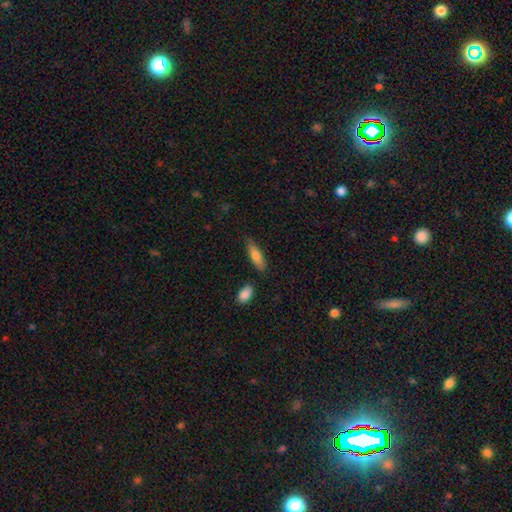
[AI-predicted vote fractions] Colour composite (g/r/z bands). It shows a smooth galaxy with no disk features (74%) that is cigar-shaped (51%). Merging: none (79%).